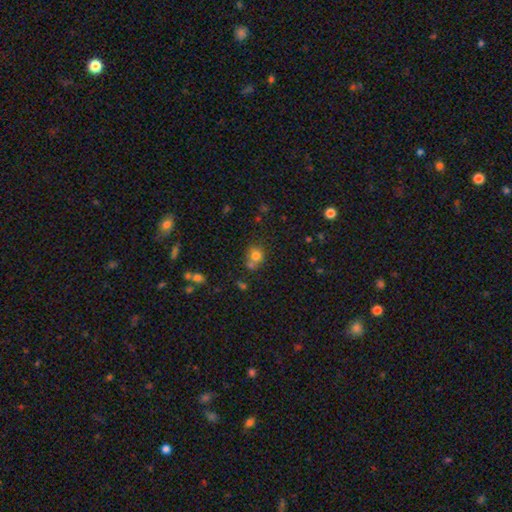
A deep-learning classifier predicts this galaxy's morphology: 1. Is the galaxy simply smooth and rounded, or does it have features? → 75% smooth, 14% star or artifact, 12% featured or disk.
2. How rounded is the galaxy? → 78% round, 21% in between, 1% cigar-shaped.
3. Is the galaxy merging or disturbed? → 50% none, 33% merger, 13% minor disturbance, 5% major disturbance.